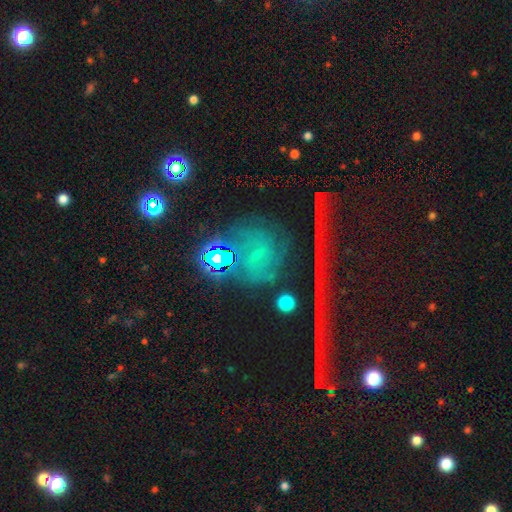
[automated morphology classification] Overall: star or artifact (50%; featured or disk 27%).